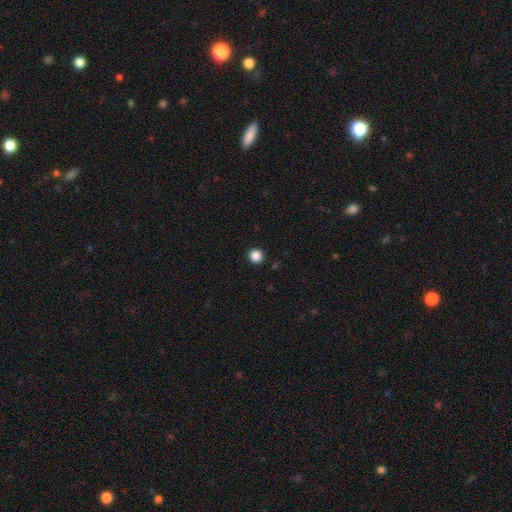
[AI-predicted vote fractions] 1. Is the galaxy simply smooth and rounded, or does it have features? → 87% smooth, 10% star or artifact, 3% featured or disk.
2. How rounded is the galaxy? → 95% round, 4% in between, 1% cigar-shaped.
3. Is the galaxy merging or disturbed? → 93% none, 4% minor disturbance, 1% major disturbance, 1% merger.